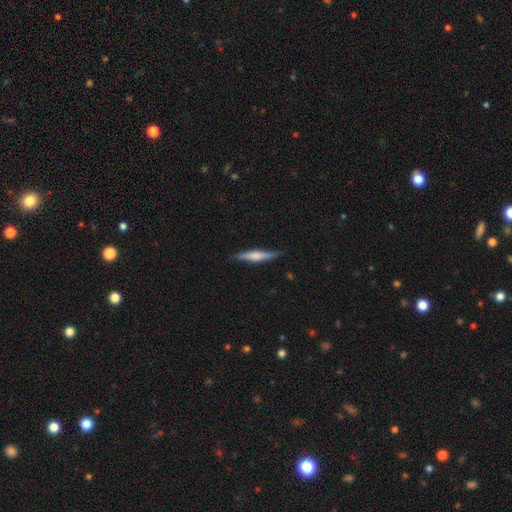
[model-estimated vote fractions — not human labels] This is possibly a featured or disk galaxy (55%). It is clearly viewed edge-on (97%). Edge-on bulge: likely rounded (67%). Merging: clearly none (87%).